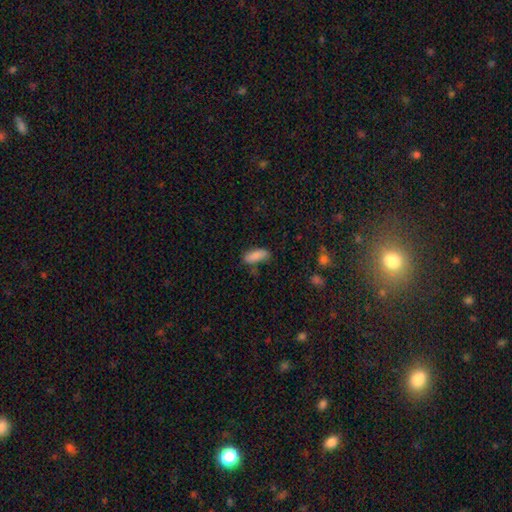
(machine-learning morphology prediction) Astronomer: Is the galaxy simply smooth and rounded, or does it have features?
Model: smooth — 86%.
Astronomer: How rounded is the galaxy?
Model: in between — 75%.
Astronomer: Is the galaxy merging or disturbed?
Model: none — 71%.